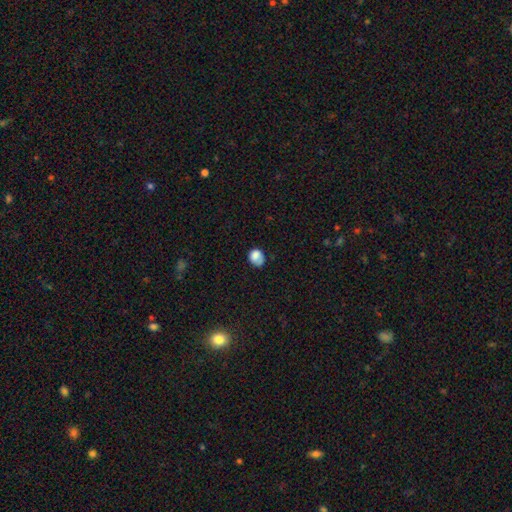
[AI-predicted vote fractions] smooth 78%, featured or disk 12%, star or artifact 10%. Down the decision tree: how rounded — round (57%); merging — none (51%).